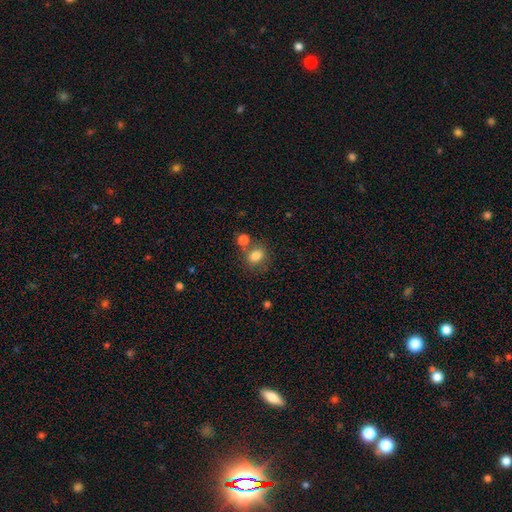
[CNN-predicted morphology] A smooth galaxy with no disk features (80%) that is round (52%). Merging: none (58%).